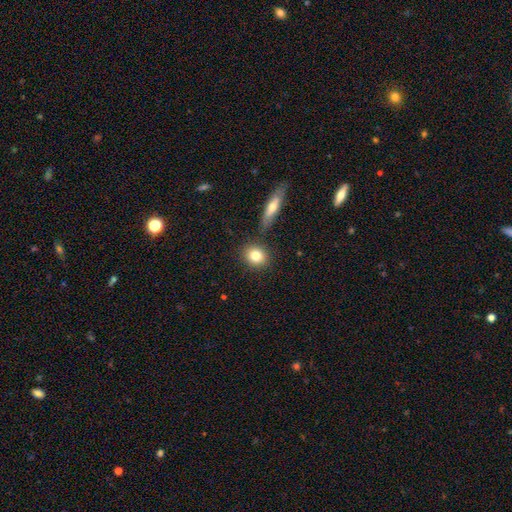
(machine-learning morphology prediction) Q: Smooth or featured?
A: smooth (81%); runner-up: featured or disk (11%)
Q: How rounded?
A: round (74%); runner-up: in between (23%)
Q: Merging?
A: none (82%); runner-up: minor disturbance (9%)